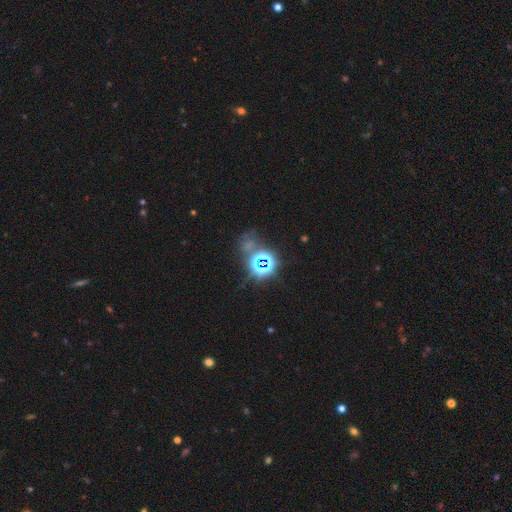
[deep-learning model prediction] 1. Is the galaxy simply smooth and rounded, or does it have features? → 68% star or artifact, 23% smooth, 9% featured or disk.